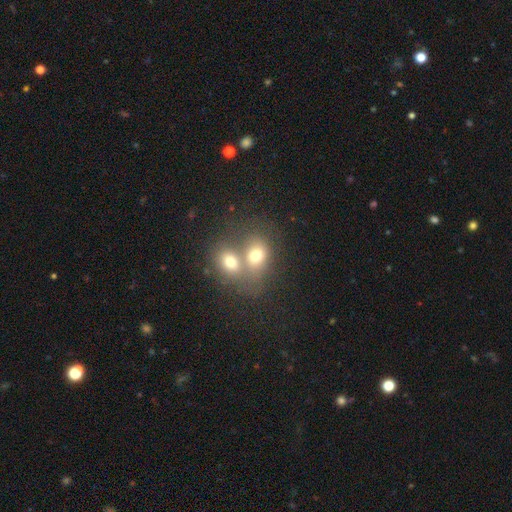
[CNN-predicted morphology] Q: Smooth or featured?
A: smooth (70%); runner-up: featured or disk (18%)
Q: How rounded?
A: in between (57%); runner-up: round (42%)
Q: Merging?
A: merger (63%); runner-up: none (25%)